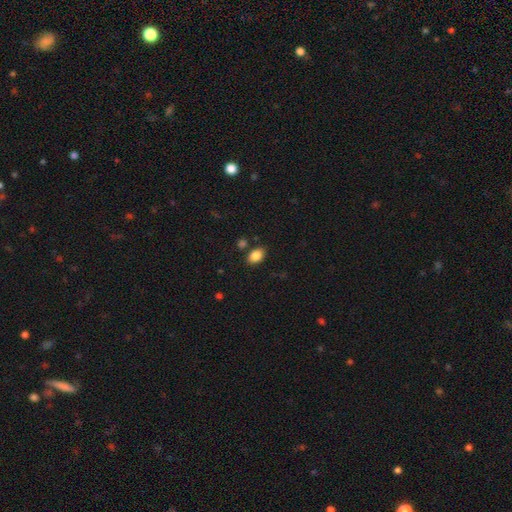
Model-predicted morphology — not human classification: A smooth galaxy with no disk features (87%) that is in between round and cigar-shaped (82%).

Vote fractions:
- Smooth or featured? smooth: 87% / star or artifact: 9% / featured or disk: 5%
- How rounded? in between: 82% / round: 17% / cigar-shaped: 1%
- Merging? none: 80% / minor disturbance: 12% / merger: 5% / major disturbance: 3%